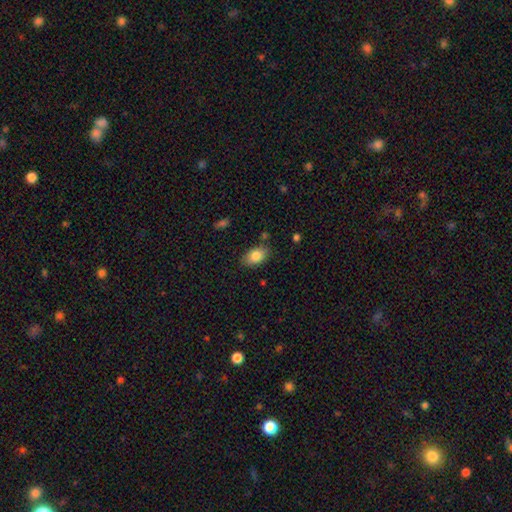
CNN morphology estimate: smooth-or-featured: smooth: 83% | featured or disk: 9% | star or artifact: 7%
  how-rounded: in between: 90% | round: 8% | cigar-shaped: 2%
  merging: none: 82% | minor disturbance: 13% | major disturbance: 3% | merger: 3%